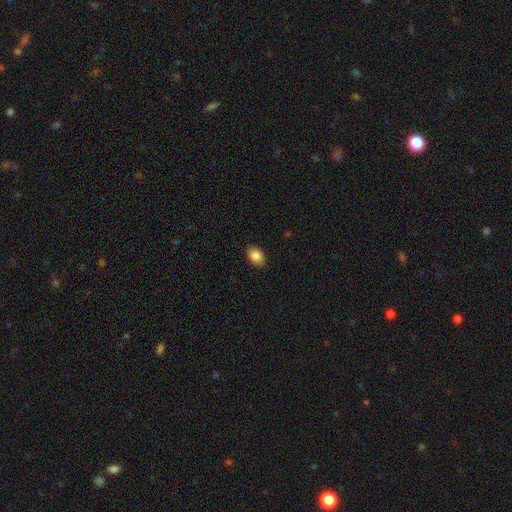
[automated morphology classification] smooth 87%, star or artifact 8%, featured or disk 4%. Down the decision tree: how rounded — in between (77%); merging — none (88%).